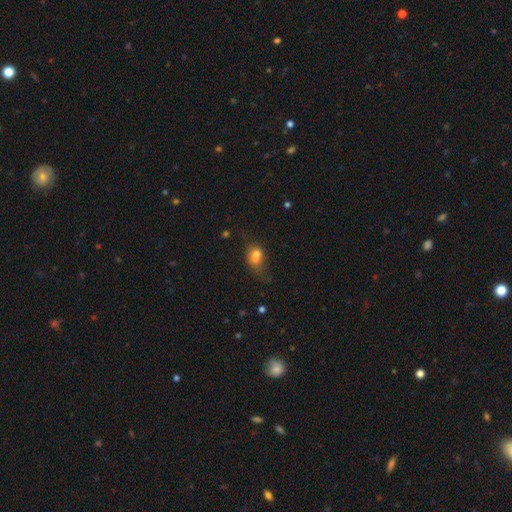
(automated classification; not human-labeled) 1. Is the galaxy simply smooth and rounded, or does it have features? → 71% smooth, 16% featured or disk, 12% star or artifact.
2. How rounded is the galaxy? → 70% in between, 28% round, 3% cigar-shaped.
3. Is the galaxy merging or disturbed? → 31% none (tied), 31% merger (tied), 22% minor disturbance, 16% major disturbance.